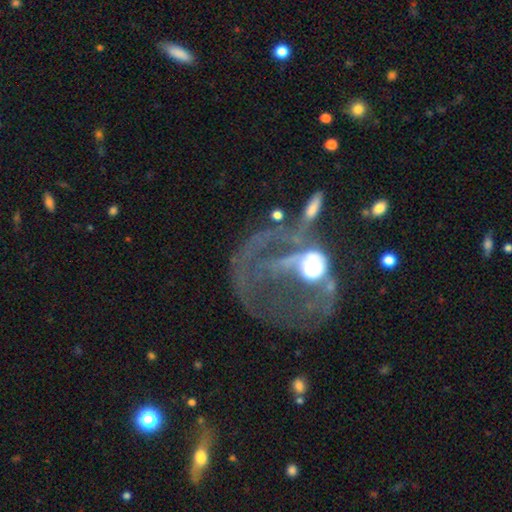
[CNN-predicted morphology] This is likely a featured or disk galaxy (63%). It is clearly not viewed edge-on (93%). Bar: likely no (67%). Spiral arm pattern: likely no (66%). Central bulge: possibly moderate (53%). Merging: possibly major disturbance (48%).